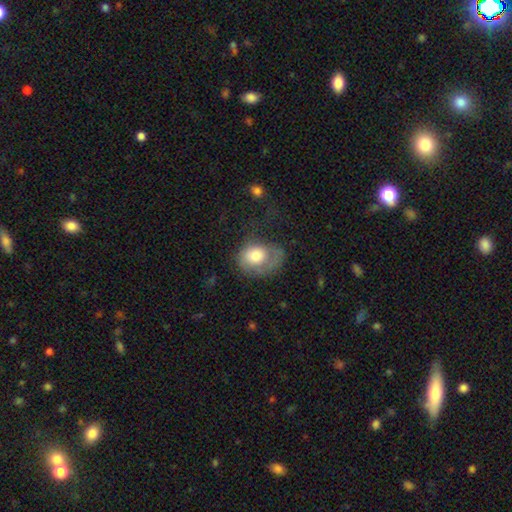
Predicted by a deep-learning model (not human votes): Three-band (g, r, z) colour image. It shows a smooth galaxy with no disk features (69%) that is in between round and cigar-shaped (57%). Merging: major disturbance (38%).